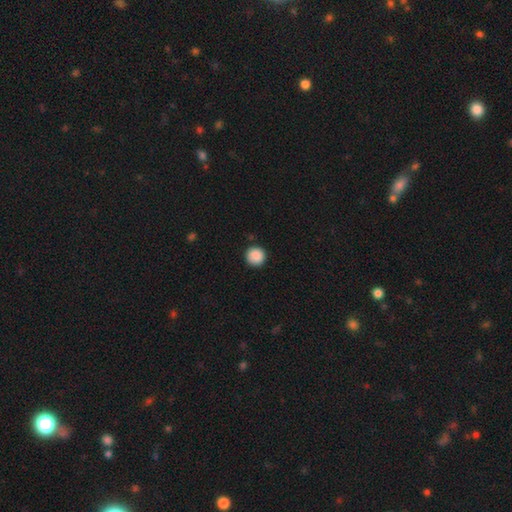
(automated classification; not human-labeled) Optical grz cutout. It shows a smooth galaxy with no disk features (89%) that is round (96%). Merging: none (91%).